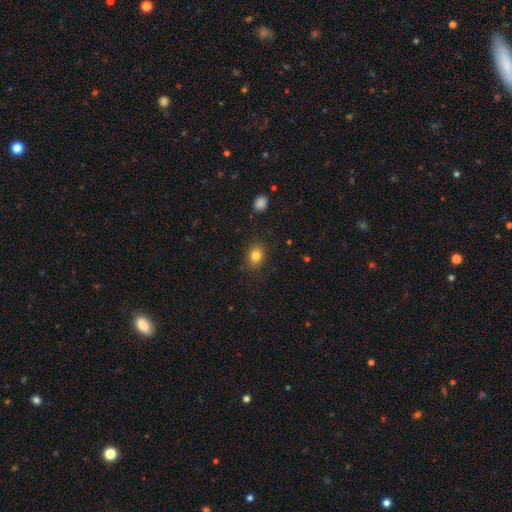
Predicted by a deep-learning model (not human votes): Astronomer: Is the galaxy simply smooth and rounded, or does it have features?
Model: smooth — 82%.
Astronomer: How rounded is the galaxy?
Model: round — 62% (runner-up: in between, 38%).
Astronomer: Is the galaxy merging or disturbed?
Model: none — 85%.